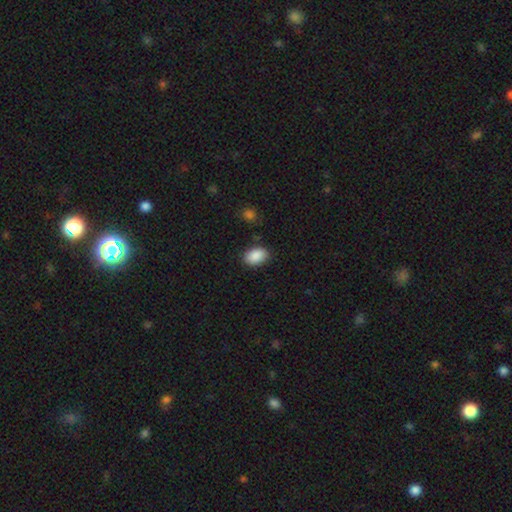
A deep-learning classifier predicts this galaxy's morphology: smooth 89%, star or artifact 7%, featured or disk 4%. Down the decision tree: how rounded — in between (88%); merging — none (84%).